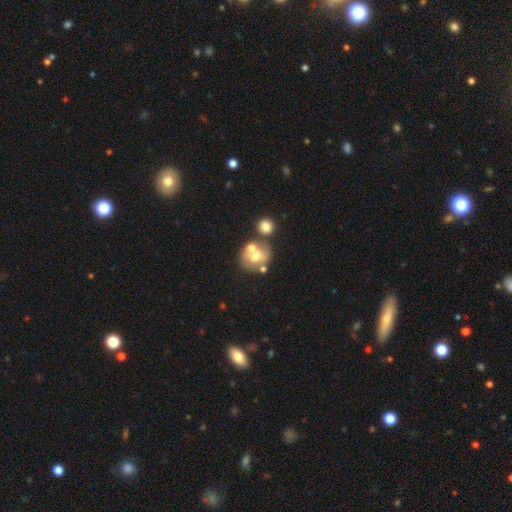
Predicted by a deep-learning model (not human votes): A smooth galaxy with no disk features (55%) that is round (68%). Merging: none (44%).